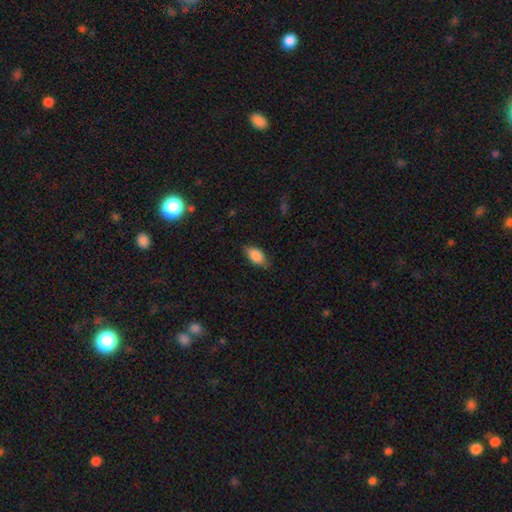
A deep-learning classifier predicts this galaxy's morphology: type=smooth (84%); roundness=in between (89%); merging=none (78%).